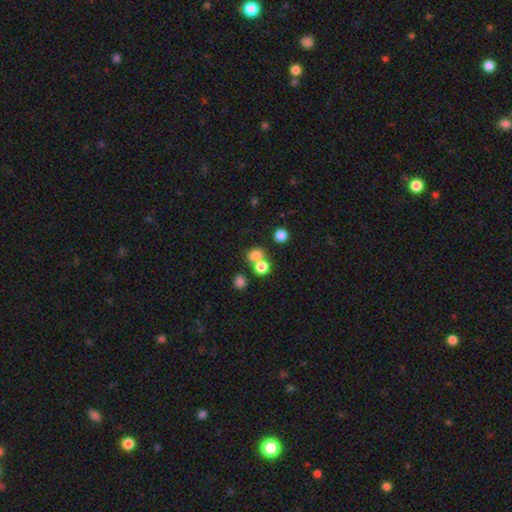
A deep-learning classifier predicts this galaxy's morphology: type=smooth (75%); roundness=round (60%); merging=none (50%).